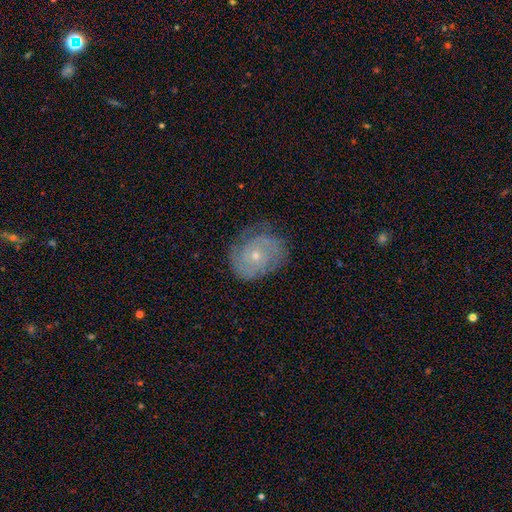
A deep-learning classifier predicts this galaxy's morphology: The model was most divided on "spiral arm count": can't tell: 35%, 2: 29%, 3: 18%, 4: 8%, 1: 6%, more than 4: 5%. More confident: edge-on disk — no (97%); spiral arms — yes (92%); bar — no (81%); smooth or featured — featured or disk (77%); merging — none (72%); spiral winding — tight (70%); bulge size — small (64%).